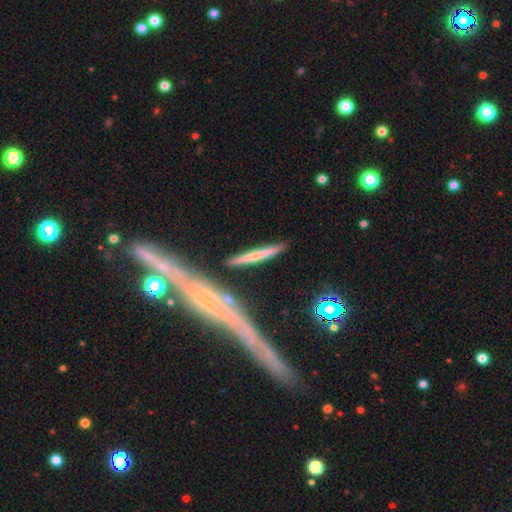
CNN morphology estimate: smooth-or-featured: featured or disk: 48% | smooth: 44% | star or artifact: 8%
  merging: none: 76% | minor disturbance: 13% | merger: 6% | major disturbance: 4%